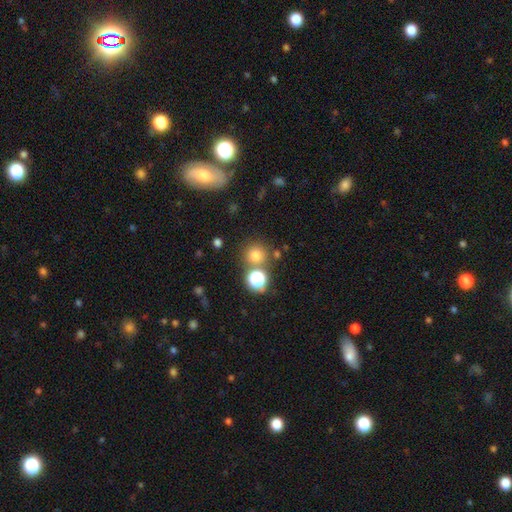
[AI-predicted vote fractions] Smooth or featured: smooth — 74% (star or artifact — 19%)
How rounded: round — 92% (in between — 7%)
Merging: none — 75% (merger — 14%)